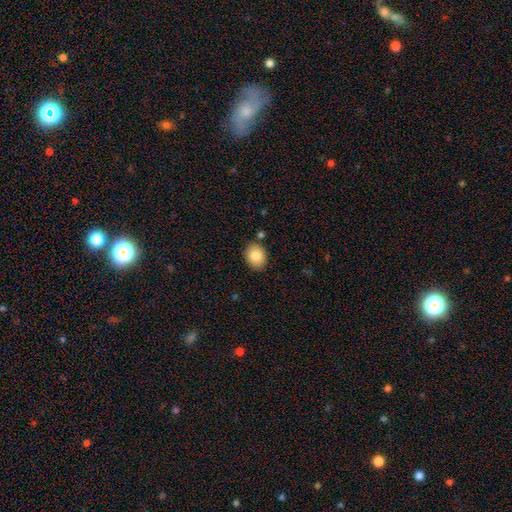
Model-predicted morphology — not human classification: smooth-or-featured: smooth: 84% | star or artifact: 8% | featured or disk: 8%
  how-rounded: in between: 50% | round: 49% | cigar-shaped: 1%
  merging: none: 84% | minor disturbance: 11% | merger: 3% | major disturbance: 2%